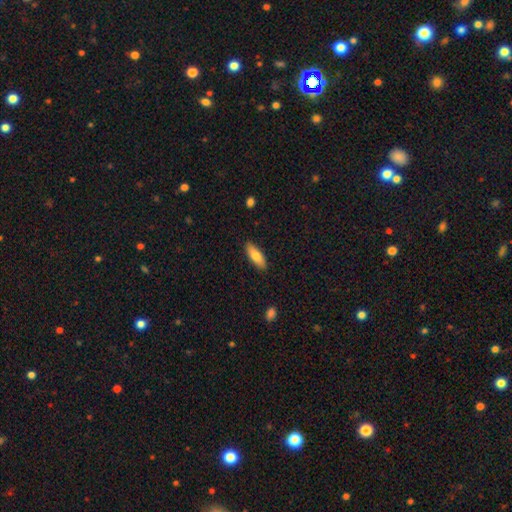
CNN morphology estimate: Smooth or featured? Predicted: smooth (p=0.78). How rounded? Predicted: in between (p=0.61). Merging? Predicted: none (p=0.88).